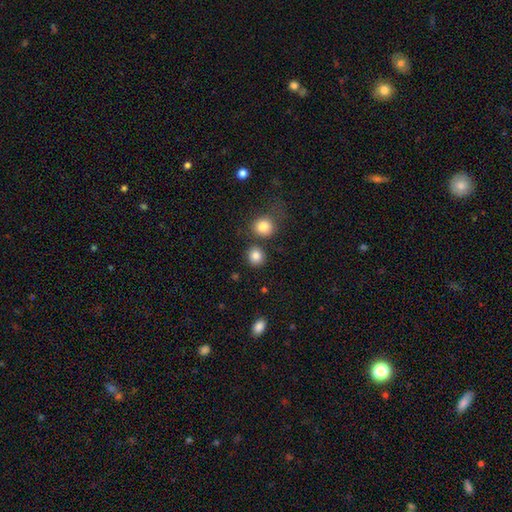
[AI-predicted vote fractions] This is clearly a smooth galaxy (85%). How rounded: clearly round (87%). Merging: likely none (80%).